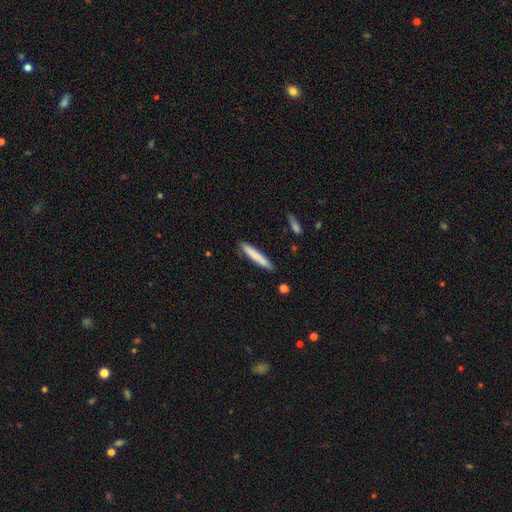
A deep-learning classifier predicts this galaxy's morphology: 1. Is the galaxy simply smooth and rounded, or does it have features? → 77% smooth, 18% featured or disk, 6% star or artifact.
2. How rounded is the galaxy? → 94% cigar-shaped, 4% in between, 1% round.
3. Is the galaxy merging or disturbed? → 89% none, 8% minor disturbance, 2% major disturbance, 2% merger.